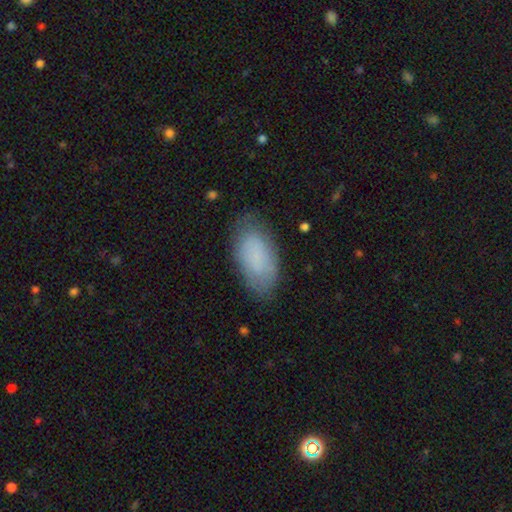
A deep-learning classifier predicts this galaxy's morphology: This is likely a smooth galaxy (79%). How rounded: clearly in between (94%). Merging: likely none (77%).